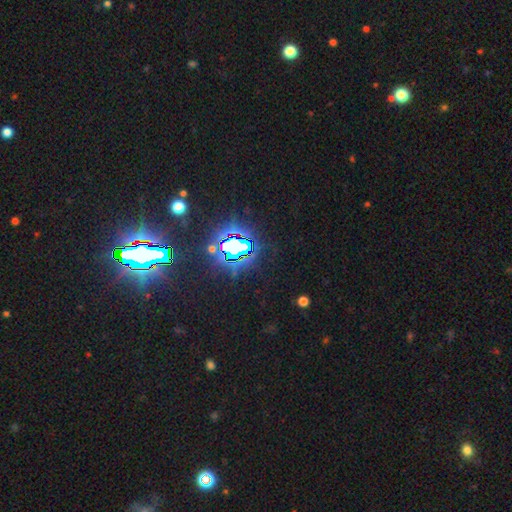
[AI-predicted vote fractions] A star or artifact, not a galaxy (84%).

Vote fractions:
- Smooth or featured? star or artifact: 84% / smooth: 9% / featured or disk: 7%